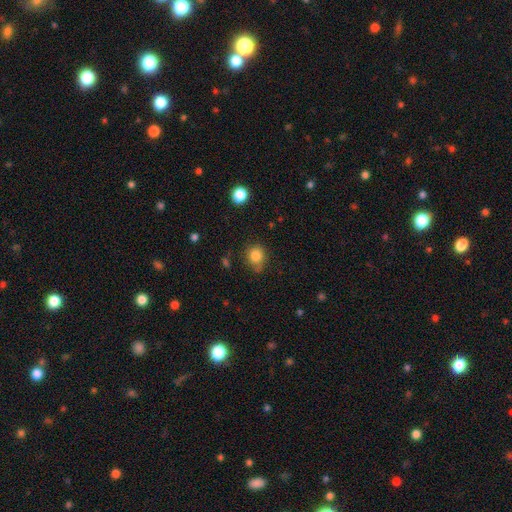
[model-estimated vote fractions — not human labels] Overall: smooth (84%). How rounded: round (69%; in between 30%). Merging: none (68%).